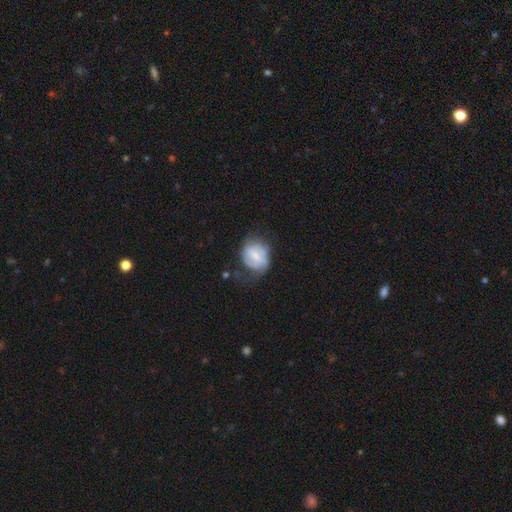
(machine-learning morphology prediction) This appears to be a featured or disk galaxy (51%). Merging: none (45%).